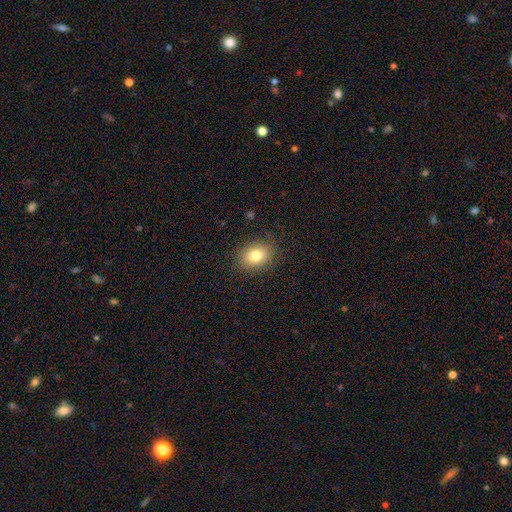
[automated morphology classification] The model was most divided on "how rounded": in between: 66%, round: 33%, cigar-shaped: 1%. More confident: merging — none (86%); smooth or featured — smooth (79%).